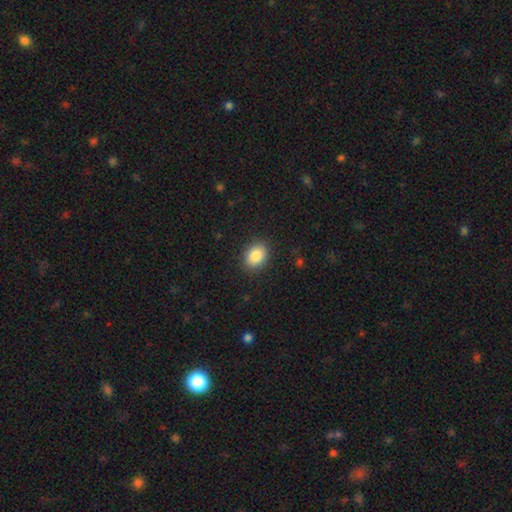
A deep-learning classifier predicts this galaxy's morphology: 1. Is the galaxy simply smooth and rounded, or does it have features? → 86% smooth, 9% star or artifact, 5% featured or disk.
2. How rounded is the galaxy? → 62% in between, 37% round, 1% cigar-shaped.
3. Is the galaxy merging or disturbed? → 88% none, 9% minor disturbance, 3% major disturbance, 1% merger.